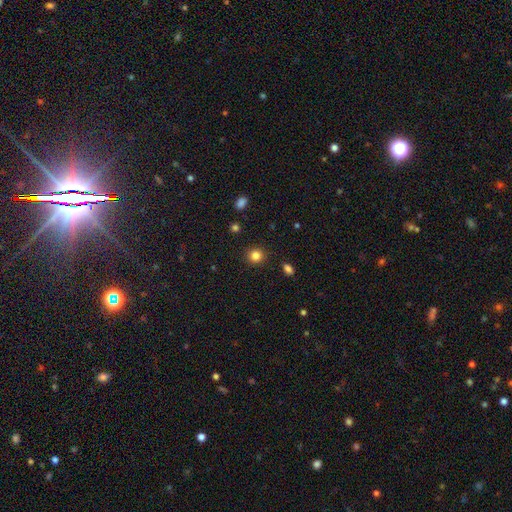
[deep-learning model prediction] Morphology: type=smooth (83%); roundness=round (91%); merging=none (91%).